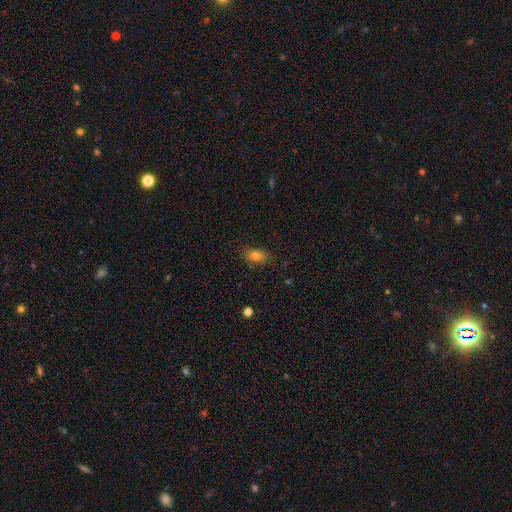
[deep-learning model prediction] A smooth galaxy with no disk features (81%) that is in between round and cigar-shaped (86%). Merging: none (84%).